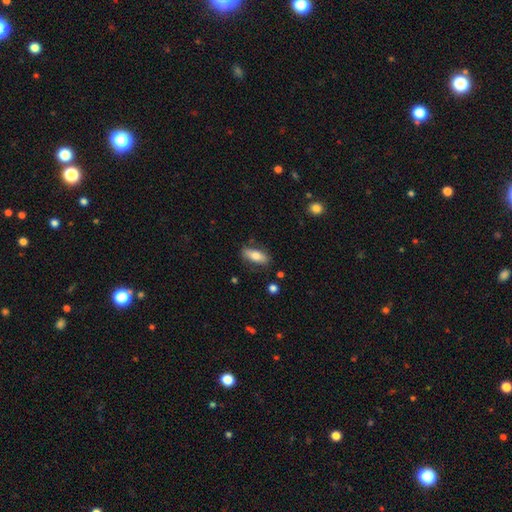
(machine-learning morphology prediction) smooth-or-featured: smooth: 71% | featured or disk: 22% | star or artifact: 7%
  how-rounded: in between: 74% | cigar-shaped: 23% | round: 3%
  merging: none: 79% | minor disturbance: 15% | major disturbance: 4% | merger: 2%